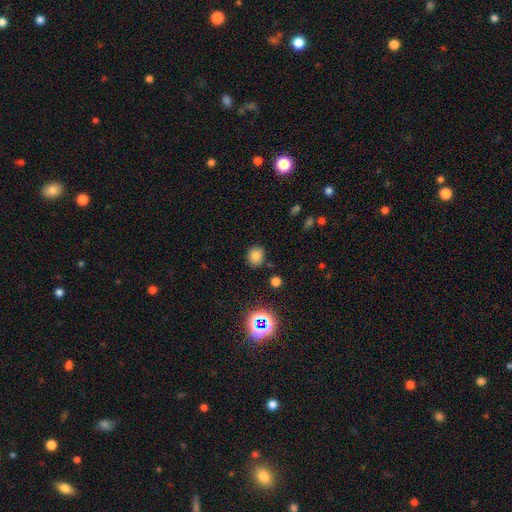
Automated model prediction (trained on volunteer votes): smooth-or-featured: smooth: 76% | star or artifact: 17% | featured or disk: 7%
  how-rounded: round: 76% | in between: 23% | cigar-shaped: 1%
  merging: none: 84% | minor disturbance: 10% | merger: 3% | major disturbance: 3%